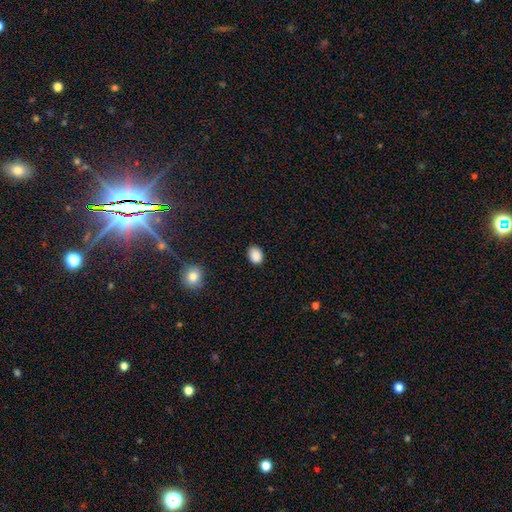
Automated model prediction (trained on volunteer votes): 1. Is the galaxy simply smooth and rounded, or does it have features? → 89% smooth, 9% star or artifact, 3% featured or disk.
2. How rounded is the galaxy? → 69% in between, 30% round, 1% cigar-shaped.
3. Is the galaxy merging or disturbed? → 86% none, 10% minor disturbance, 2% major disturbance, 1% merger.